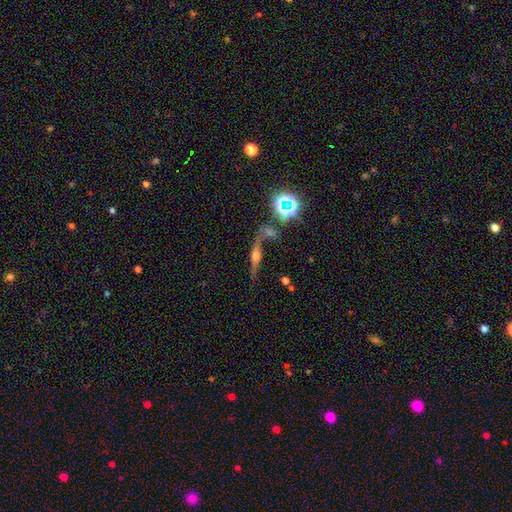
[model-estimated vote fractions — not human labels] The model was most divided on "merging": none: 47%, merger: 23%, minor disturbance: 16%, major disturbance: 14%. More confident: edge-on disk — yes (67%); smooth or featured — featured or disk (57%).